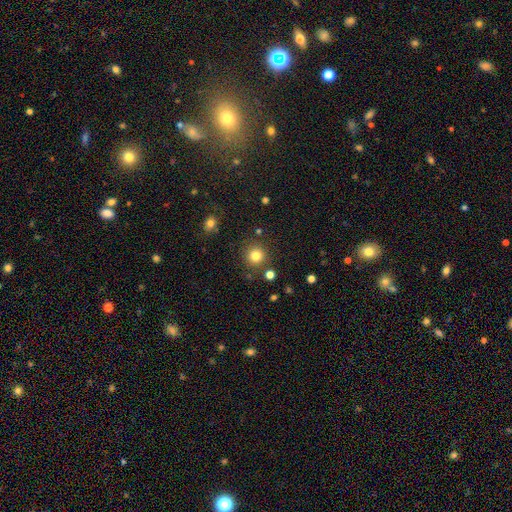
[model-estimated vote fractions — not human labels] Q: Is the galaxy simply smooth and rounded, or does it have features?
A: smooth — 81%.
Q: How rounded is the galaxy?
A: round — 94%.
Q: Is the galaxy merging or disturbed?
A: none — 85%.